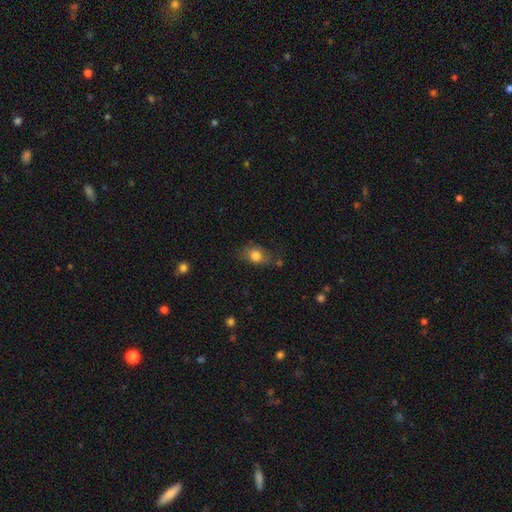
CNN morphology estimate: Smooth or featured: smooth — 80% (featured or disk — 11%)
How rounded: in between — 66% (round — 31%)
Merging: none — 61% (minor disturbance — 26%)